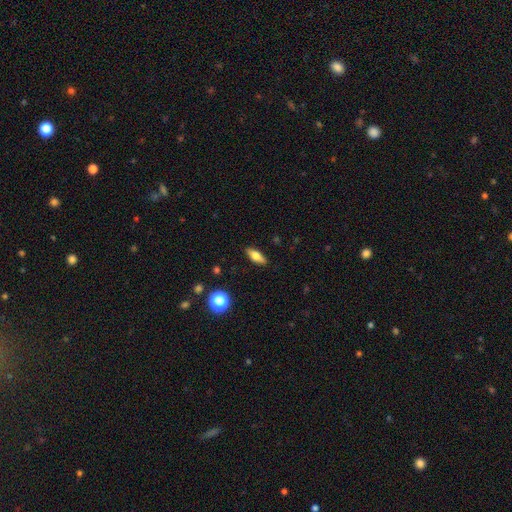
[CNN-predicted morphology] smooth_or_featured: smooth (p=0.66) [alt: featured or disk p=0.26]
how_rounded: in between (p=0.70) [alt: cigar-shaped p=0.26]
merging: none (p=0.89) [alt: minor disturbance p=0.08]